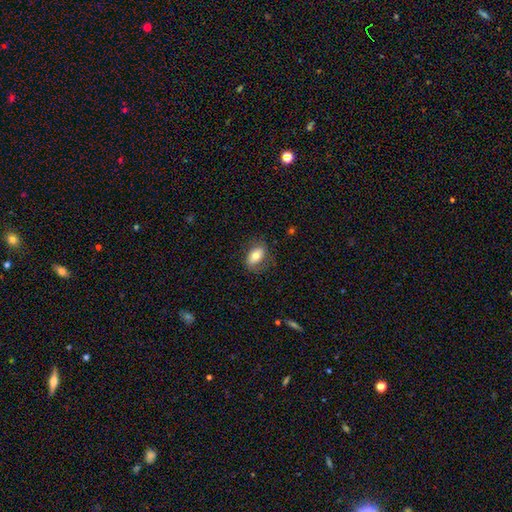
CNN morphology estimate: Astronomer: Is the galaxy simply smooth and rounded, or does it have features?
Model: smooth — 72%.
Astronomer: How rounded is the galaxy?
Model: in between — 86%.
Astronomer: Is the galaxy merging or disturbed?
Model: none — 75%.